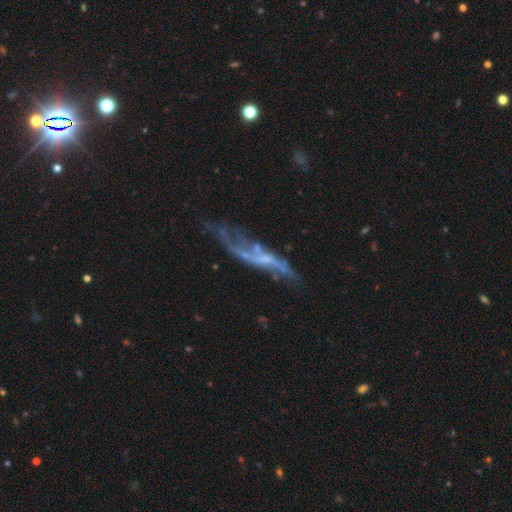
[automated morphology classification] This appears to be a featured or disk galaxy (73%). Merging: none (43%).